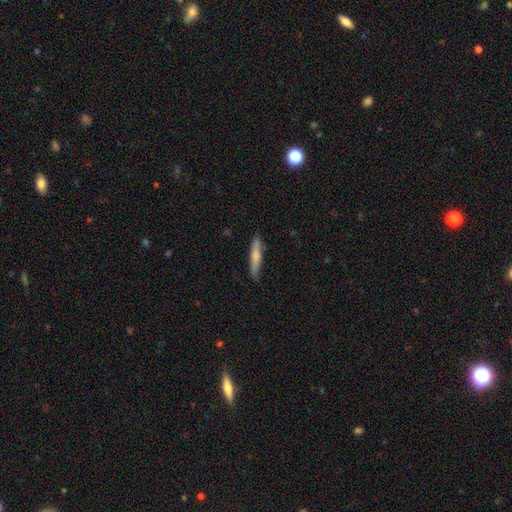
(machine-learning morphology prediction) Smooth or featured?
  - smooth: 71% *
  - featured or disk: 23%
  - star or artifact: 6%
How rounded?
  - cigar-shaped: 90% *
  - in between: 9%
  - round: 1%
Merging?
  - none: 84% *
  - minor disturbance: 13%
  - major disturbance: 2%
  - merger: 1%